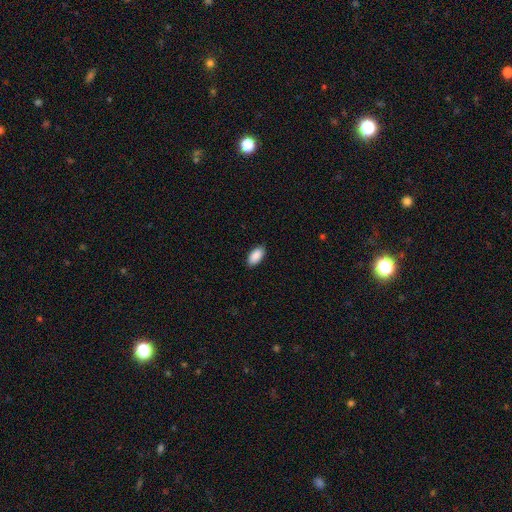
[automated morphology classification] Smooth or featured? smooth (91%)
How rounded? in between (94%)
Merging? none (89%)